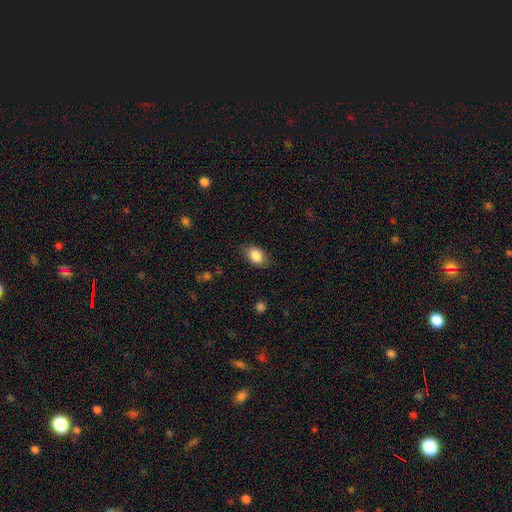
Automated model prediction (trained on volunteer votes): smooth_or_featured: smooth (p=0.86) [alt: star or artifact p=0.08]
how_rounded: in between (p=0.81) [alt: round p=0.18]
merging: none (p=0.79) [alt: minor disturbance p=0.16]